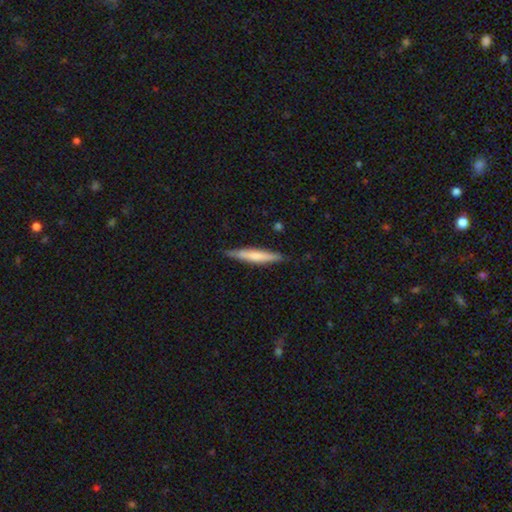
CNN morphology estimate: Smooth or featured: smooth — 60% (featured or disk — 34%)
How rounded: cigar-shaped — 92% (in between — 7%)
Merging: none — 83% (minor disturbance — 14%)